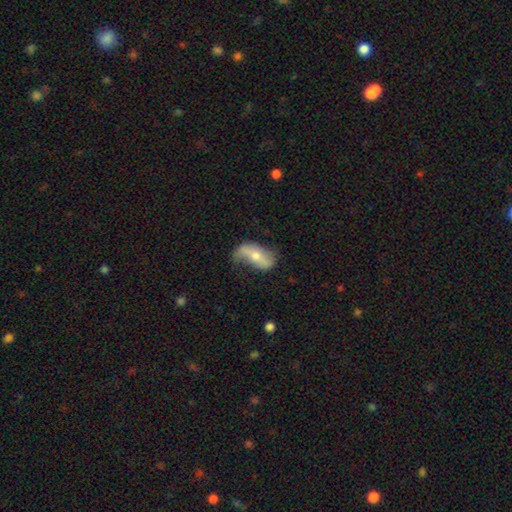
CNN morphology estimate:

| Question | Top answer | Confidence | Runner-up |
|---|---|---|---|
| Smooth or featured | featured or disk | 56% | smooth (37%) |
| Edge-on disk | no | 88% | yes (12%) |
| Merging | none | 45% | minor disturbance (31%) |